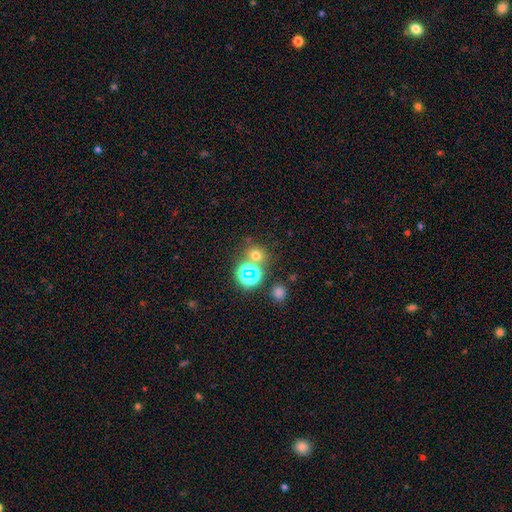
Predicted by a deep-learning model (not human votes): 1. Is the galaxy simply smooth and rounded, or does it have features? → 60% smooth, 32% star or artifact, 7% featured or disk.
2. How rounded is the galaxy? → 82% round, 17% in between, 1% cigar-shaped.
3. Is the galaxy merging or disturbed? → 69% none, 19% merger, 8% minor disturbance, 4% major disturbance.